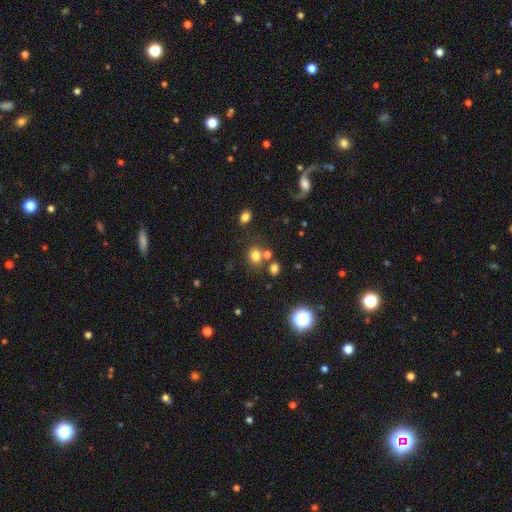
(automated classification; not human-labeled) Morphology: type=smooth (74%); roundness=round (65%); merging=none (63%).